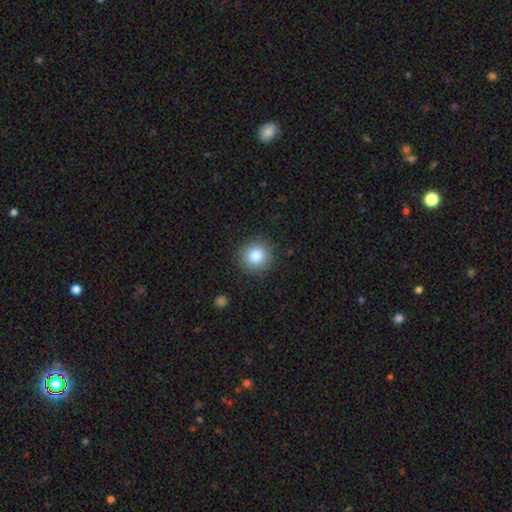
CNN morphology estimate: Smooth or featured? Predicted: smooth (p=0.83). How rounded? Predicted: round (p=0.92). Merging? Predicted: none (p=0.89).